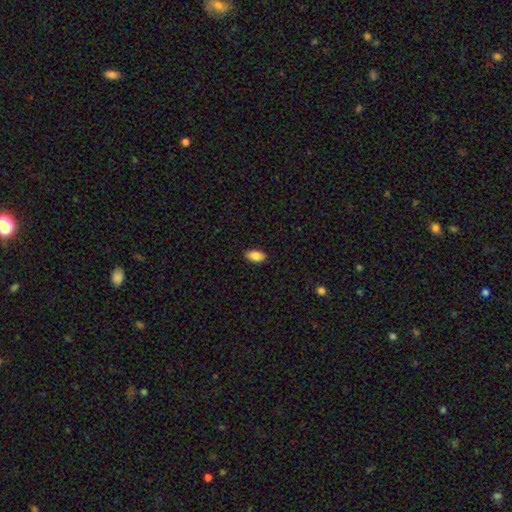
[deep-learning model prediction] The model was most divided on "smooth or featured": smooth: 88%, star or artifact: 7%, featured or disk: 5%. More confident: how rounded — in between (94%); merging — none (89%).